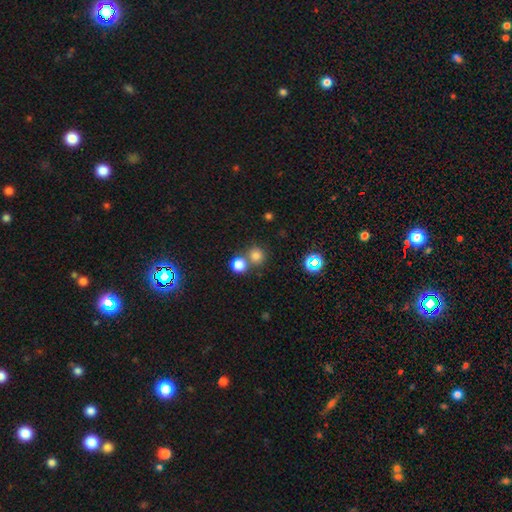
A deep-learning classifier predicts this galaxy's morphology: smooth 75%, star or artifact 18%, featured or disk 7%. Down the decision tree: how rounded — round (92%); merging — none (64%).